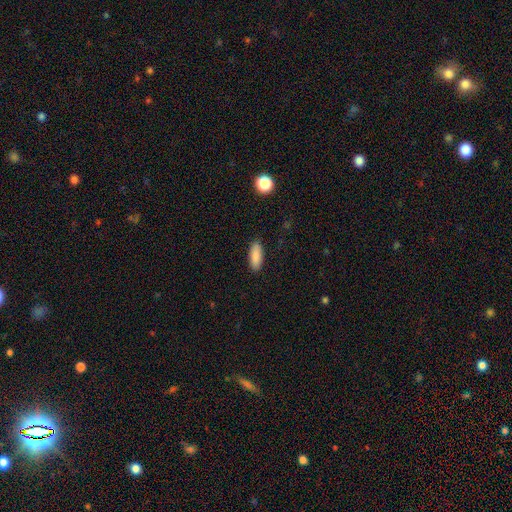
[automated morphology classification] A smooth galaxy with no disk features (88%) that is in between round and cigar-shaped (68%). Merging: none (89%).